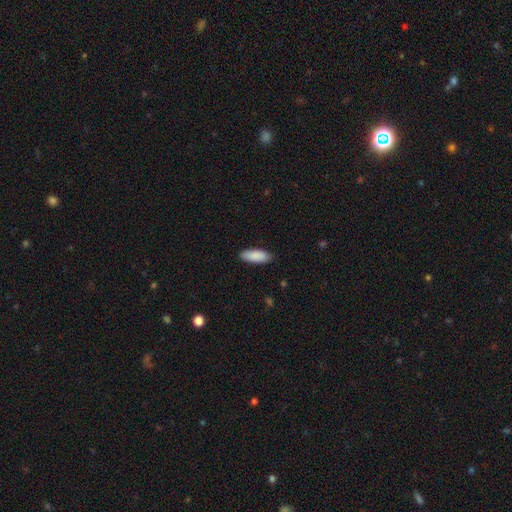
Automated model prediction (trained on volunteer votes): smooth 89%, star or artifact 6%, featured or disk 5%. Down the decision tree: how rounded — in between (71%); merging — none (87%).